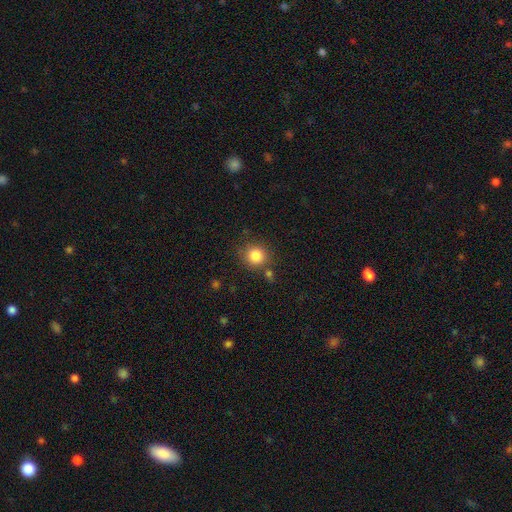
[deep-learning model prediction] A smooth galaxy with no disk features (84%) that is round (90%).

Vote fractions:
- Smooth or featured? smooth: 84% / star or artifact: 10% / featured or disk: 5%
- How rounded? round: 90% / in between: 9% / cigar-shaped: 1%
- Merging? none: 78% / minor disturbance: 11% / merger: 8% / major disturbance: 4%